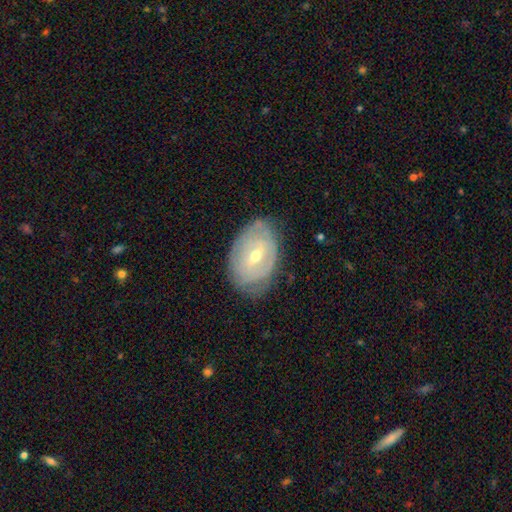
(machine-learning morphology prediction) Q: Smooth or featured?
A: featured or disk (70%); runner-up: smooth (24%)
Q: Edge-on disk?
A: no (93%); runner-up: yes (7%)
Q: Bar?
A: weak (52%); runner-up: no (25%)
Q: Spiral arms?
A: yes (66%); runner-up: no (34%)
Q: Bulge size?
A: moderate (52%); runner-up: small (45%)
Q: Merging?
A: none (71%); runner-up: minor disturbance (22%)